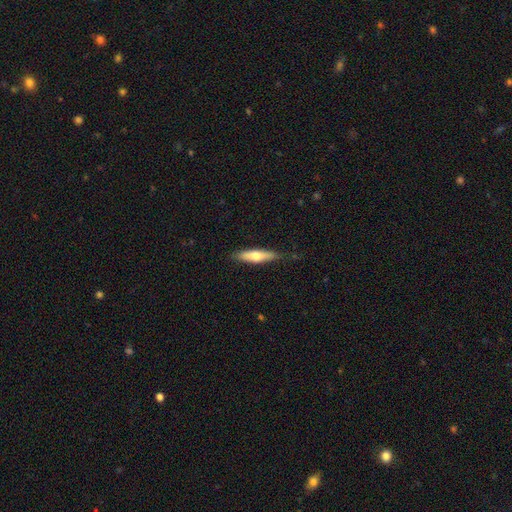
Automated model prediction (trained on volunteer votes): Smooth or featured? Predicted: smooth (p=0.60). How rounded? Predicted: cigar-shaped (p=0.74). Merging? Predicted: none (p=0.80).